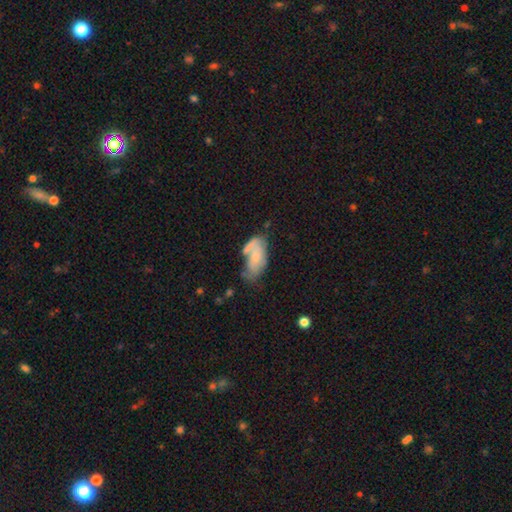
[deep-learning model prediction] Morphology: type=smooth (55%); roundness=in between (91%); merging=none (36%).